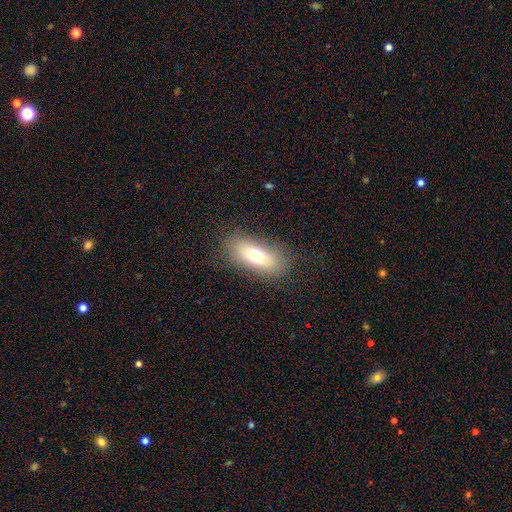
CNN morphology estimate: smooth_or_featured: smooth (p=0.71) [alt: featured or disk p=0.19]
how_rounded: in between (p=0.79) [alt: cigar-shaped p=0.16]
merging: none (p=0.82) [alt: minor disturbance p=0.12]